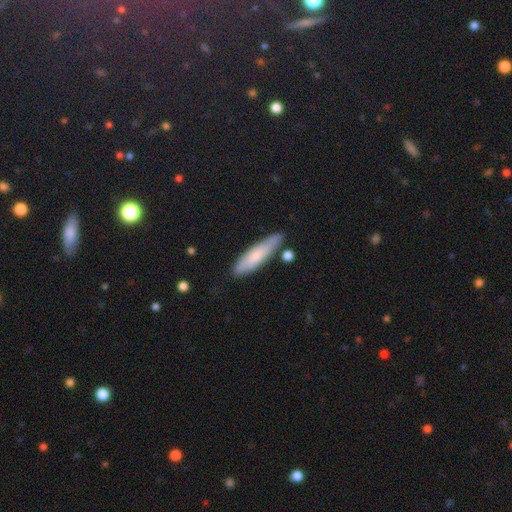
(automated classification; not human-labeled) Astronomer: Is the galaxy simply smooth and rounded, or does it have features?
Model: smooth — 64%.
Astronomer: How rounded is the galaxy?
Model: cigar-shaped — 74%.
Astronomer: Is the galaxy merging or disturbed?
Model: none — 77%.